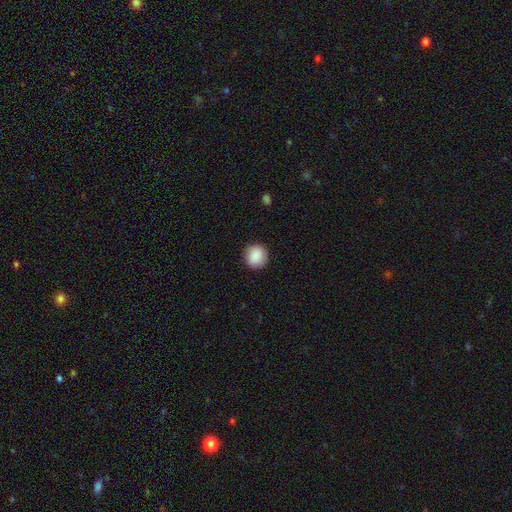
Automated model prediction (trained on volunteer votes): Overall: smooth (89%). How rounded: round (92%). Merging: none (91%).